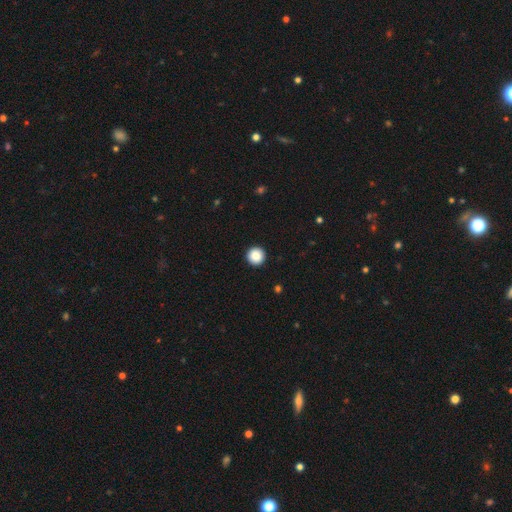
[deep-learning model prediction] A smooth galaxy with no disk features (89%) that is round (97%).

Vote fractions:
- Smooth or featured? smooth: 89% / star or artifact: 9% / featured or disk: 3%
- How rounded? round: 97% / in between: 2% / cigar-shaped: 1%
- Merging? none: 94% / minor disturbance: 4% / major disturbance: 1% / merger: 1%